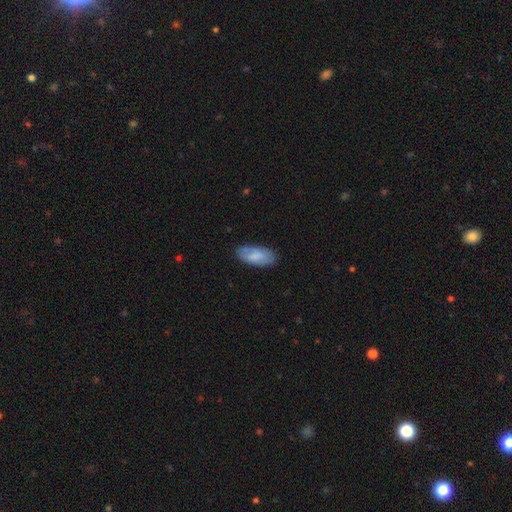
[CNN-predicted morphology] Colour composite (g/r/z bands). It shows a smooth galaxy with no disk features (73%) that is in between round and cigar-shaped (92%). Merging: none (74%).